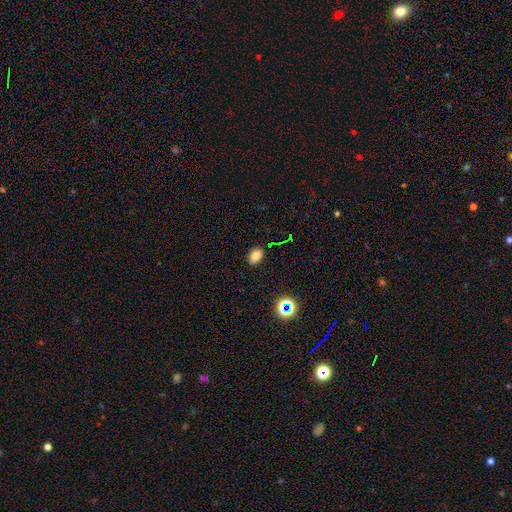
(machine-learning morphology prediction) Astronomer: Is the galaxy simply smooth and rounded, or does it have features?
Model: smooth — 79%.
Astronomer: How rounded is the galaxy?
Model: in between — 83%.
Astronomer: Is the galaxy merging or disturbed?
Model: none — 86%.